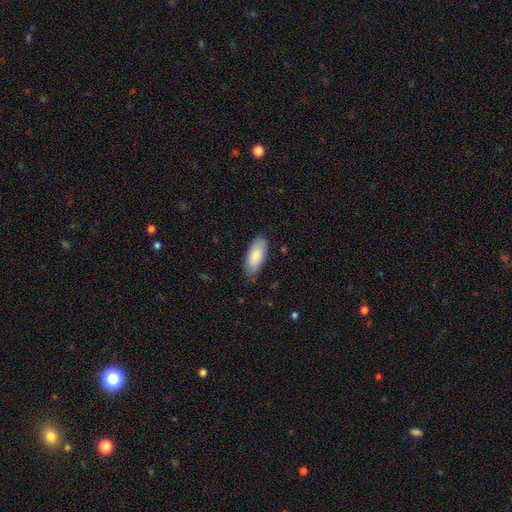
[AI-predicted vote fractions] Morphology: type=smooth (81%); roundness=in between (85%); merging=none (78%).